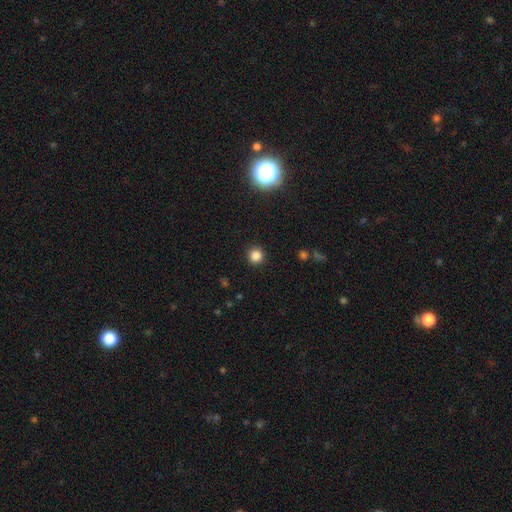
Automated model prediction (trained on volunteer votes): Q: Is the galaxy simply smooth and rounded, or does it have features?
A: smooth — 84%.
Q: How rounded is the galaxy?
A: round — 94%.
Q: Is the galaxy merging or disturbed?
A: none — 92%.